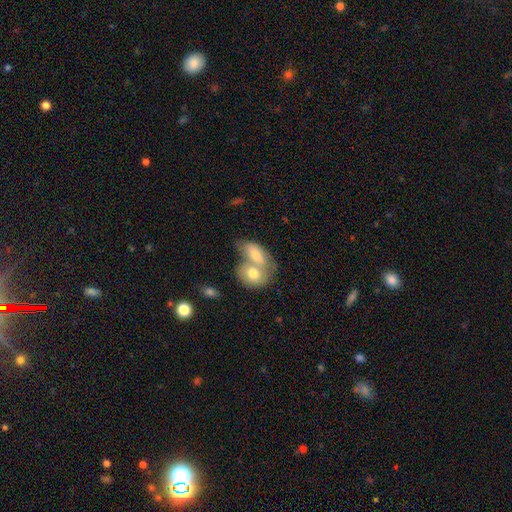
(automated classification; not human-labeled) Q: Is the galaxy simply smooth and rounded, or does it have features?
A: smooth — 65%.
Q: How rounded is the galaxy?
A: in between — 77%.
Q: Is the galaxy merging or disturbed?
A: merger — 72%.